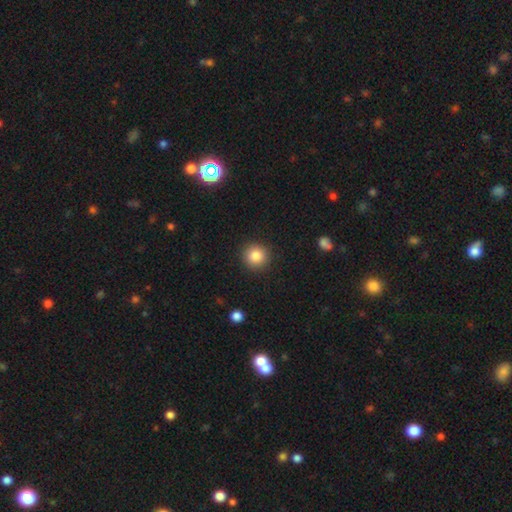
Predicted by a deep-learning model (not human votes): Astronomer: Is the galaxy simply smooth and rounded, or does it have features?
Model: smooth — 84%.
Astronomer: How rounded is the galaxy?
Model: round — 93%.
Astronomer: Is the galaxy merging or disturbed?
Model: none — 91%.